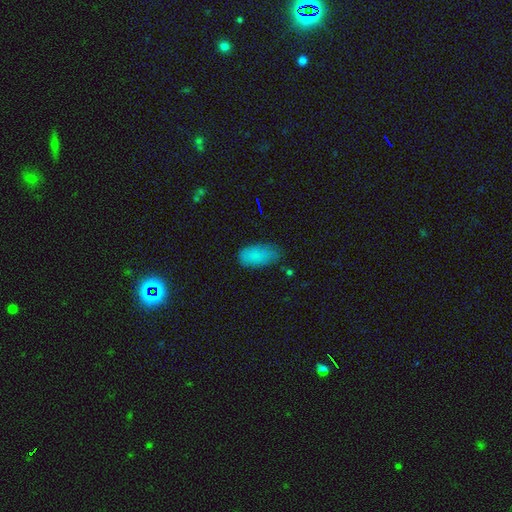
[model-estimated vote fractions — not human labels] Smooth or featured? smooth (84%)
How rounded? in between (92%)
Merging? none (64%)